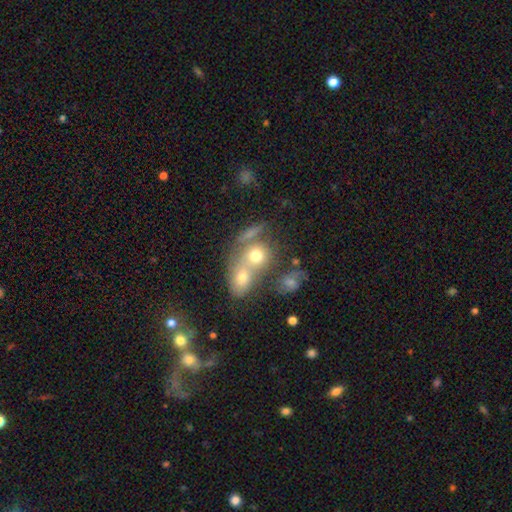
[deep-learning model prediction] smooth-or-featured: smooth: 66% | featured or disk: 21% | star or artifact: 13%
  how-rounded: round: 62% | in between: 36% | cigar-shaped: 2%
  merging: merger: 59% | none: 28% | minor disturbance: 8% | major disturbance: 6%